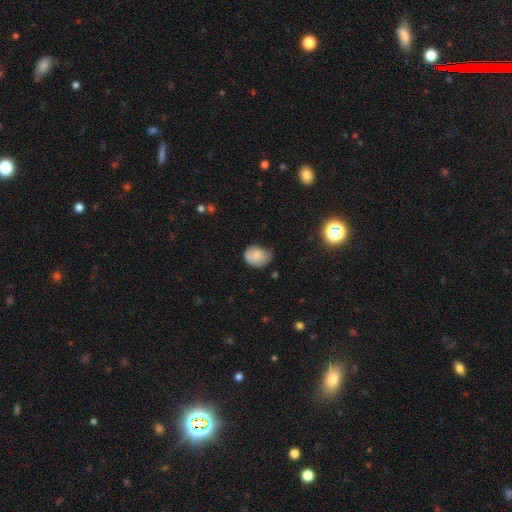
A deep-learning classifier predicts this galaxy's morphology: A smooth galaxy with no disk features (78%) that is in between round and cigar-shaped (55%).

Vote fractions:
- Smooth or featured? smooth: 78% / featured or disk: 13% / star or artifact: 9%
- How rounded? in between: 55% / round: 44% / cigar-shaped: 1%
- Merging? none: 62% / minor disturbance: 30% / major disturbance: 6% / merger: 2%